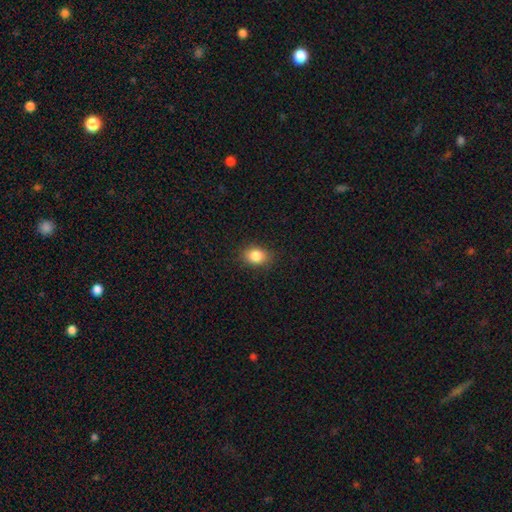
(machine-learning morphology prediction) A smooth galaxy with no disk features (85%) that is in between round and cigar-shaped (60%). Merging: none (85%).